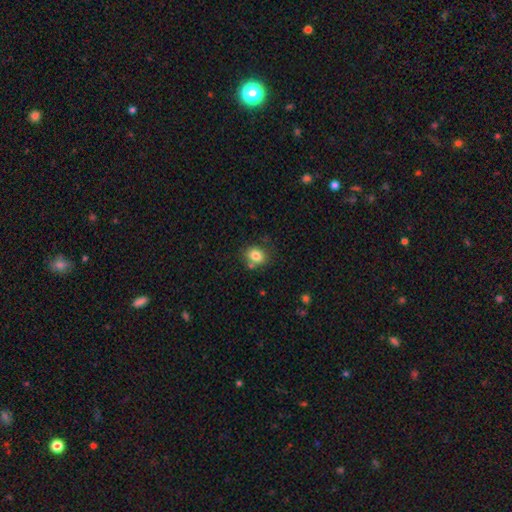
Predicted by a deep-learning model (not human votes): Overall: smooth (82%). How rounded: round (58%; in between 41%). Merging: none (72%).